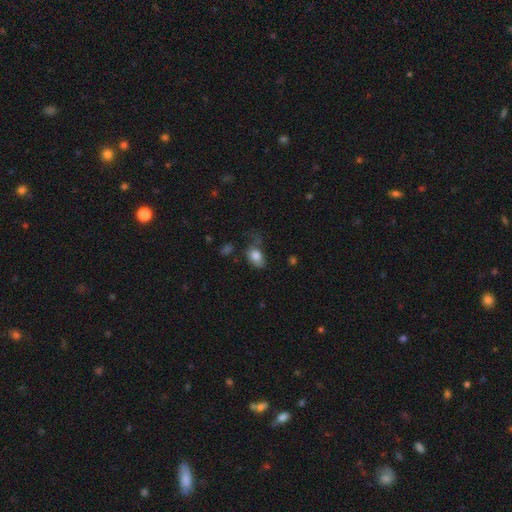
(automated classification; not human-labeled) smooth 80%, featured or disk 11%, star or artifact 9%. Down the decision tree: how rounded — in between (81%); merging — none (33%).